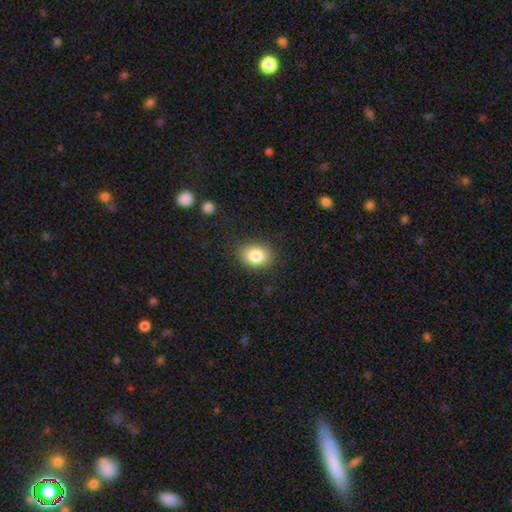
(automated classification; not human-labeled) Overall: smooth (83%). How rounded: in between (57%; round 42%). Merging: none (85%).